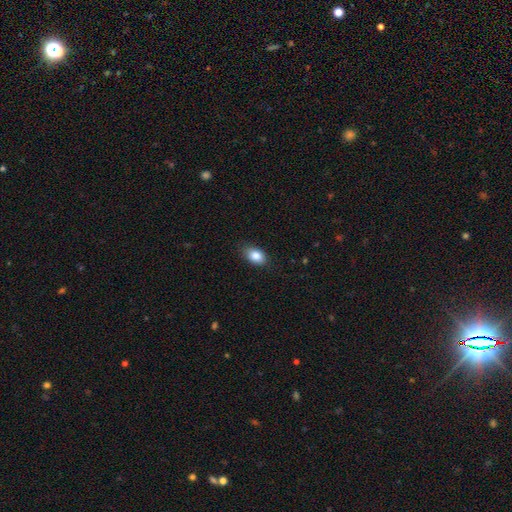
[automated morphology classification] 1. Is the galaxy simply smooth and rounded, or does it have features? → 87% smooth, 8% star or artifact, 6% featured or disk.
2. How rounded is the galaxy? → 86% in between, 12% round, 2% cigar-shaped.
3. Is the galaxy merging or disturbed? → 84% none, 13% minor disturbance, 3% major disturbance, 1% merger.